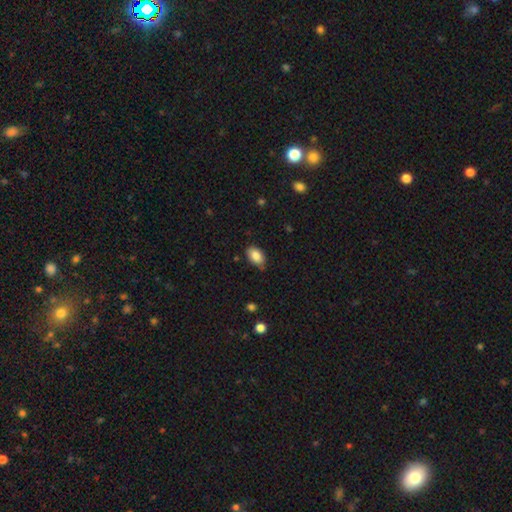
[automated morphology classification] smooth_or_featured: smooth (p=0.86) [alt: star or artifact p=0.08]
how_rounded: in between (p=0.90) [alt: round p=0.09]
merging: none (p=0.73) [alt: minor disturbance p=0.21]